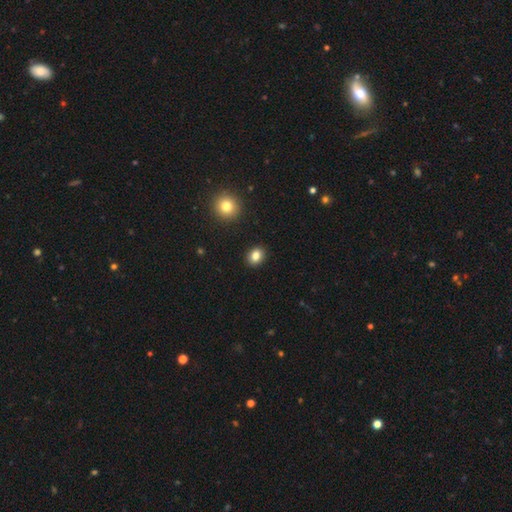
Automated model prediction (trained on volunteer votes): This appears to be a smooth galaxy with no disk features (83%) that is in between round and cigar-shaped (50%). Merging: none (90%).